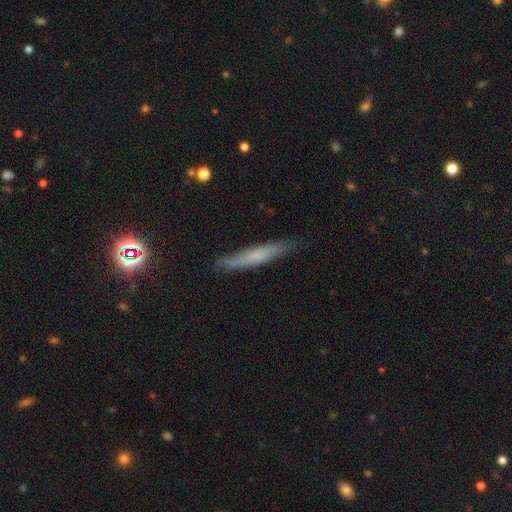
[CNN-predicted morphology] A smooth galaxy with no disk features (56%) that is cigar-shaped (92%). Merging: none (80%).